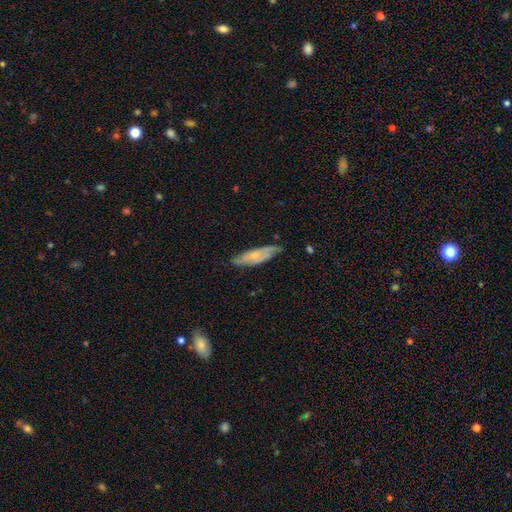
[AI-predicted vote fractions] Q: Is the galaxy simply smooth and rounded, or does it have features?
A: featured or disk — 58%.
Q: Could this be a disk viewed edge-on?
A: no — 70%.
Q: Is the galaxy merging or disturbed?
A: none — 67%.